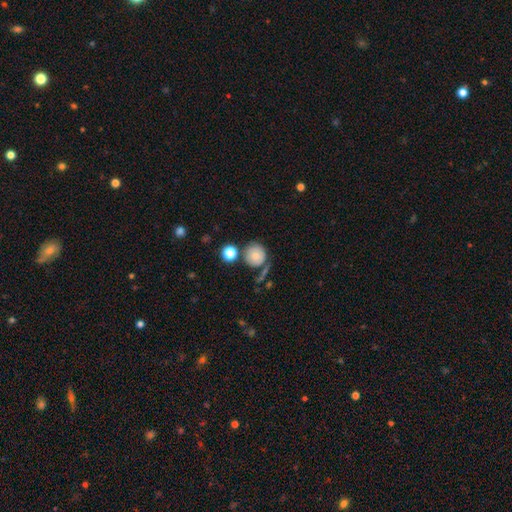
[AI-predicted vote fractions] A smooth galaxy with no disk features (75%) that is round (90%). Merging: none (65%).